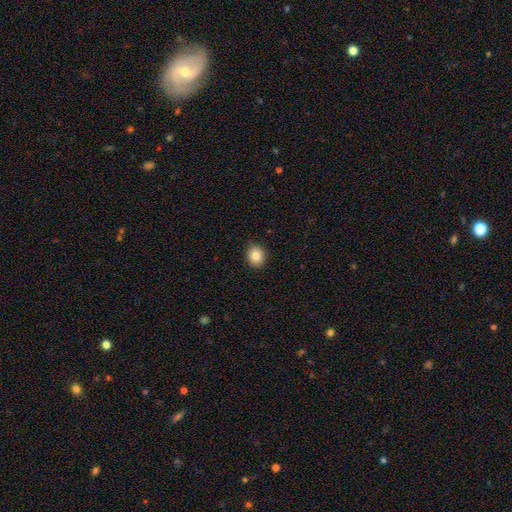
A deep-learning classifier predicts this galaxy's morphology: This appears to be a smooth galaxy with no disk features (85%) that is round (77%). Merging: none (91%).